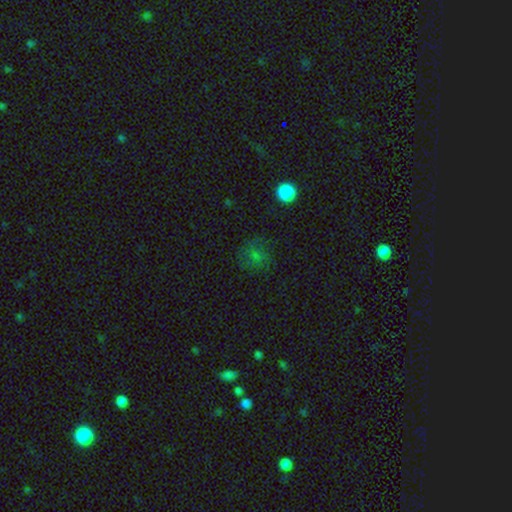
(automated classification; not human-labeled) smooth_or_featured: smooth (p=0.64) [alt: star or artifact p=0.25]
how_rounded: round (p=0.82) [alt: in between p=0.17]
merging: none (p=0.71) [alt: minor disturbance p=0.17]